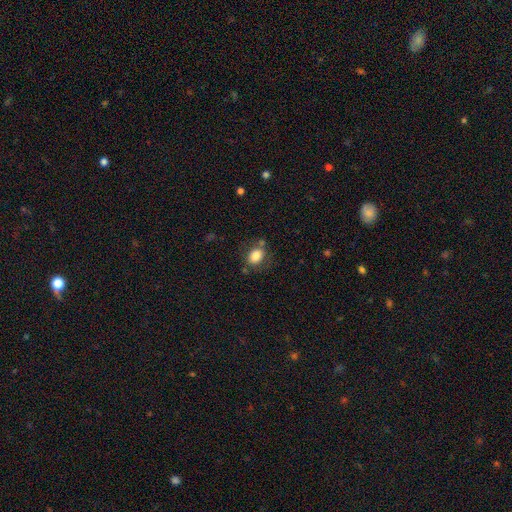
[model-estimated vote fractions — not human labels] Smooth or featured? smooth (83%)
How rounded? in between (72%)
Merging? none (71%)